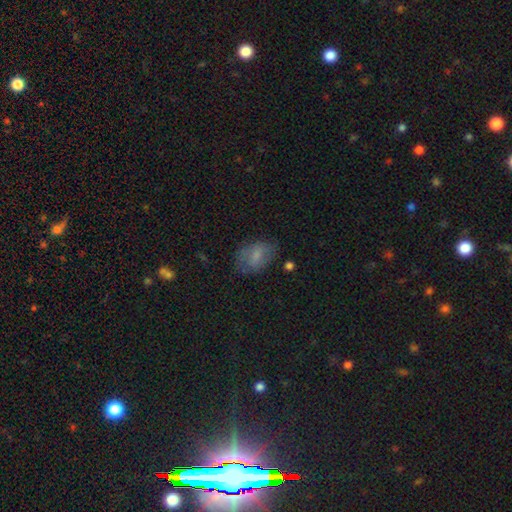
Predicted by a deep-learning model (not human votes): Q: Smooth or featured?
A: smooth (69%); runner-up: featured or disk (22%)
Q: How rounded?
A: in between (83%); runner-up: round (16%)
Q: Merging?
A: none (64%); runner-up: minor disturbance (24%)